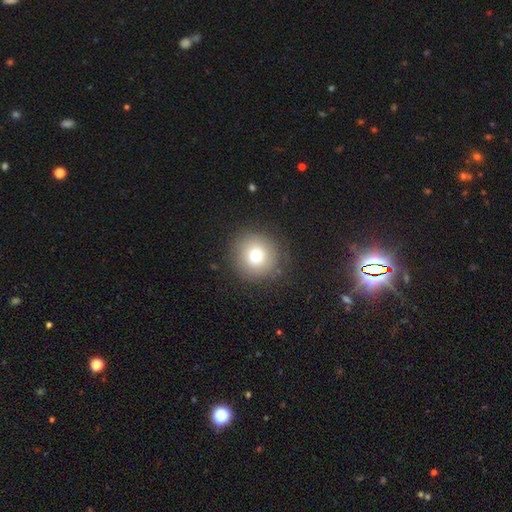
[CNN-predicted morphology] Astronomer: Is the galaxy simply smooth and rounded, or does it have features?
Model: smooth — 78%.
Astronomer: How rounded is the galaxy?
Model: round — 94%.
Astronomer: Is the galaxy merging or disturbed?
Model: none — 87%.